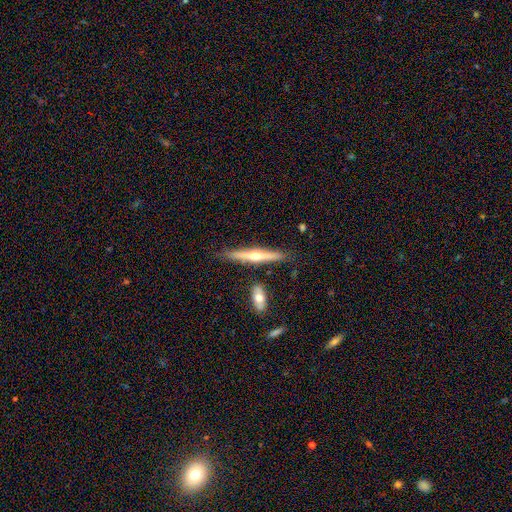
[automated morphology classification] Smooth or featured?
  - featured or disk: 66% *
  - smooth: 28%
  - star or artifact: 6%
Edge-on disk?
  - yes: 96% *
  - no: 4%
Edge-on bulge?
  - rounded: 89% *
  - none: 8%
  - boxy: 3%
Merging?
  - none: 82% *
  - minor disturbance: 11%
  - merger: 5%
  - major disturbance: 2%